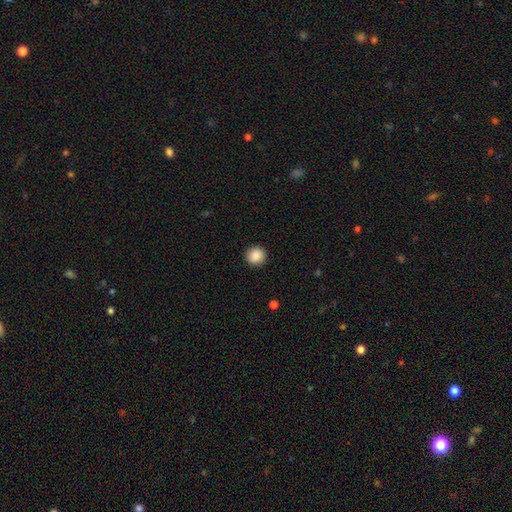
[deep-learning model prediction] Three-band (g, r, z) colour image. It shows a smooth galaxy with no disk features (88%) that is round (93%). Merging: none (92%).